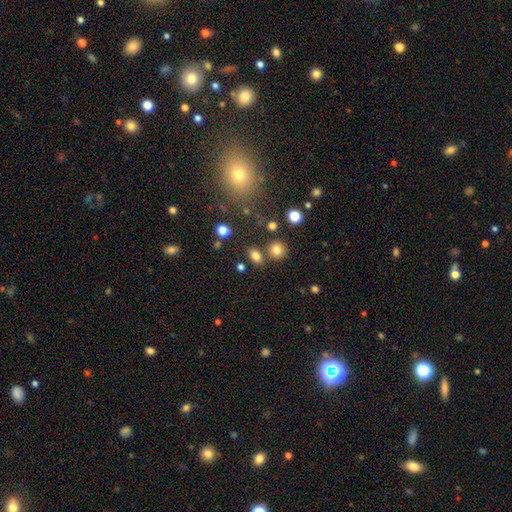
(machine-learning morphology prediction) Smooth or featured?
  - smooth: 79% *
  - star or artifact: 13%
  - featured or disk: 7%
How rounded?
  - in between: 67% *
  - round: 31%
  - cigar-shaped: 2%
Merging?
  - none: 74% *
  - merger: 13%
  - minor disturbance: 10%
  - major disturbance: 4%